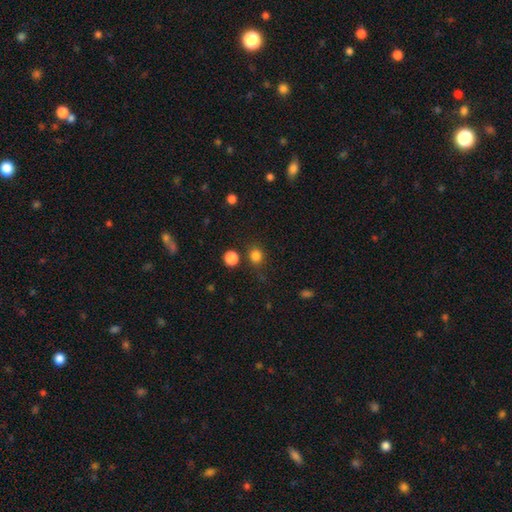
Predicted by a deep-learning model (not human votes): A smooth galaxy with no disk features (82%) that is round (80%).

Vote fractions:
- Smooth or featured? smooth: 82% / star or artifact: 14% / featured or disk: 4%
- How rounded? round: 80% / in between: 19% / cigar-shaped: 1%
- Merging? none: 80% / minor disturbance: 10% / merger: 6% / major disturbance: 4%